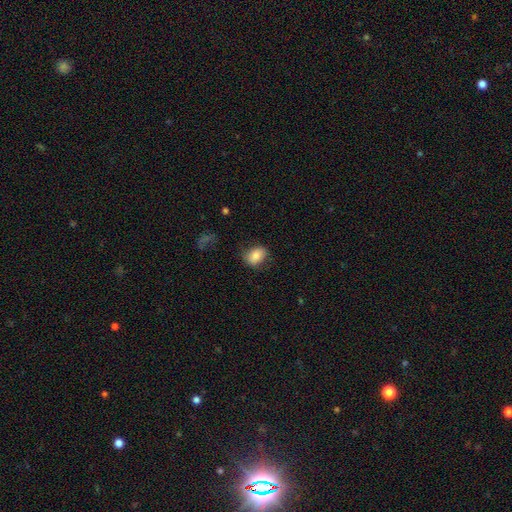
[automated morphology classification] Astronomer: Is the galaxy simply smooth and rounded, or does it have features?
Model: smooth — 83%.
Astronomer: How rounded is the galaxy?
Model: in between — 69%.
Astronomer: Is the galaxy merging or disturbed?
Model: none — 75%.